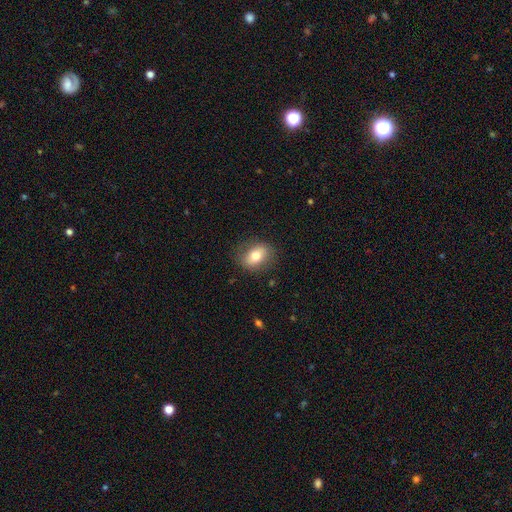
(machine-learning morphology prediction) A smooth galaxy with no disk features (71%) that is in between round and cigar-shaped (69%). Merging: none (81%).